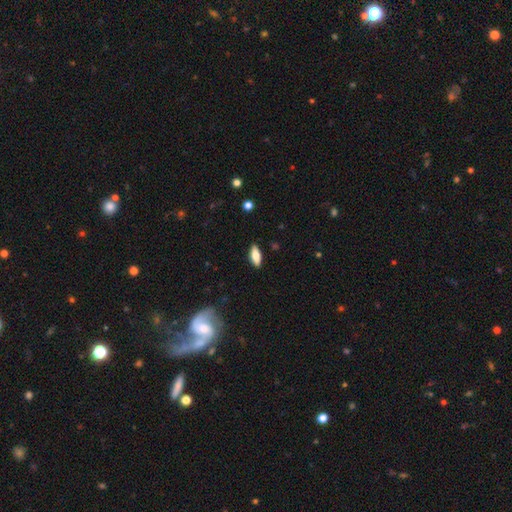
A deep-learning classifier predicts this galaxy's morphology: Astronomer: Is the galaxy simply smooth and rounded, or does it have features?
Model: smooth — 71%.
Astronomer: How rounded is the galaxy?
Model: in between — 71%.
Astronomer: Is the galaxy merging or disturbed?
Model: none — 88%.